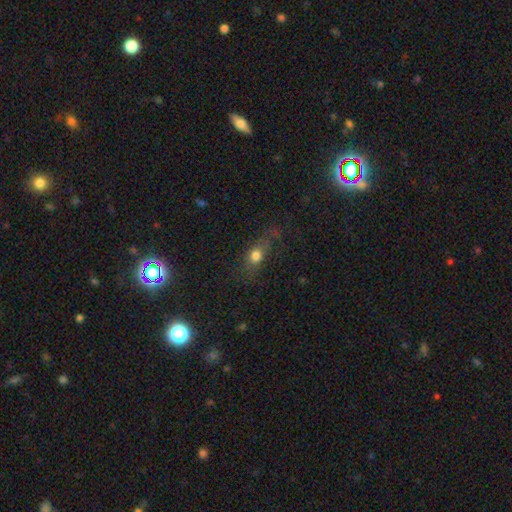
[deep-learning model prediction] This appears to be a smooth galaxy with no disk features (69%) that is in between round and cigar-shaped (53%). Merging: none (56%).